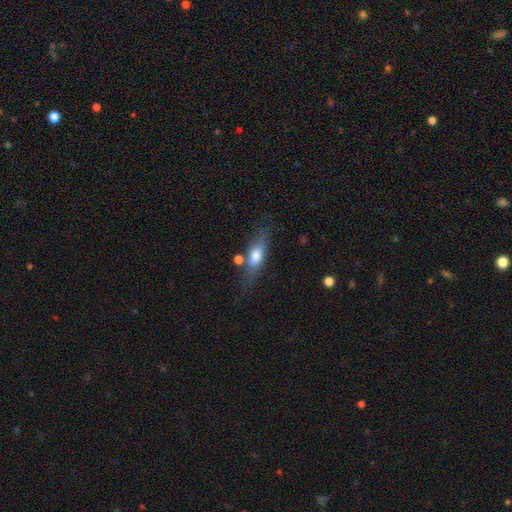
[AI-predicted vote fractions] Overall: smooth (67%). How rounded: in between (62%; cigar-shaped 32%). Merging: none (61%).